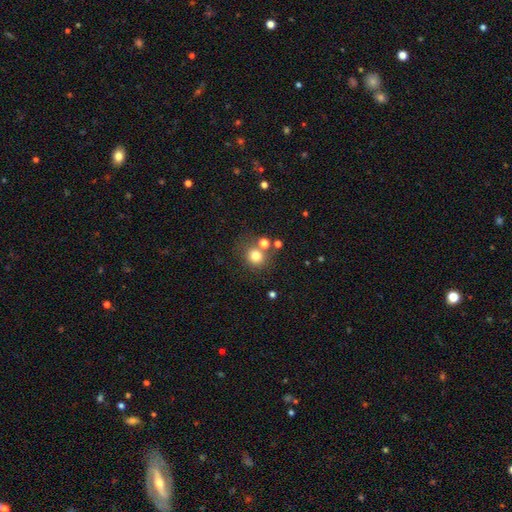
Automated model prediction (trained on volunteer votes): Overall: smooth (77%). How rounded: round (87%). Merging: none (69%).